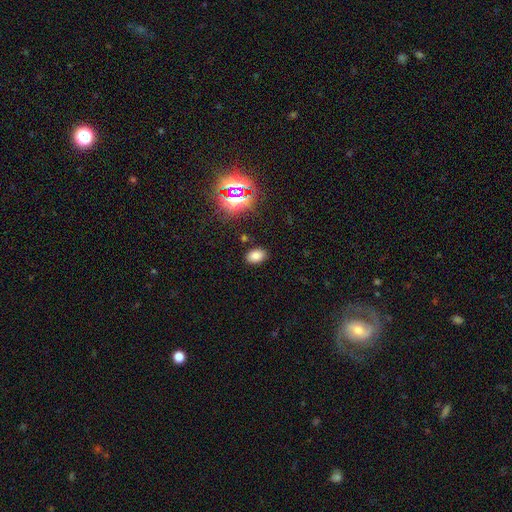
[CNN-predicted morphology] Q: Smooth or featured?
A: smooth (75%); runner-up: star or artifact (19%)
Q: How rounded?
A: in between (85%); runner-up: round (14%)
Q: Merging?
A: none (87%); runner-up: minor disturbance (8%)